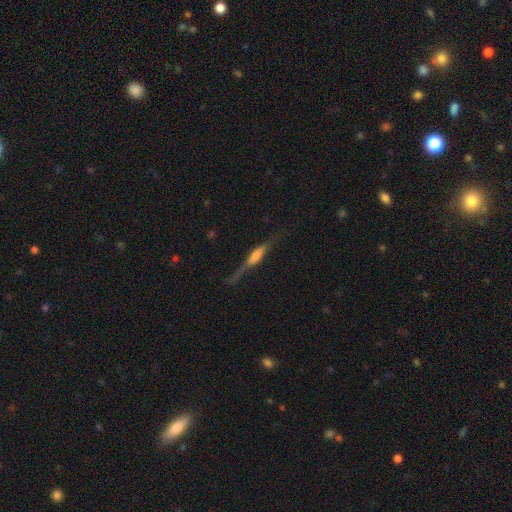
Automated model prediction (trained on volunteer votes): Q: Smooth or featured?
A: featured or disk (61%); runner-up: smooth (31%)
Q: Edge-on disk?
A: yes (93%); runner-up: no (7%)
Q: Edge-on bulge?
A: rounded (45%); runner-up: boxy (43%)
Q: Merging?
A: none (64%); runner-up: minor disturbance (21%)